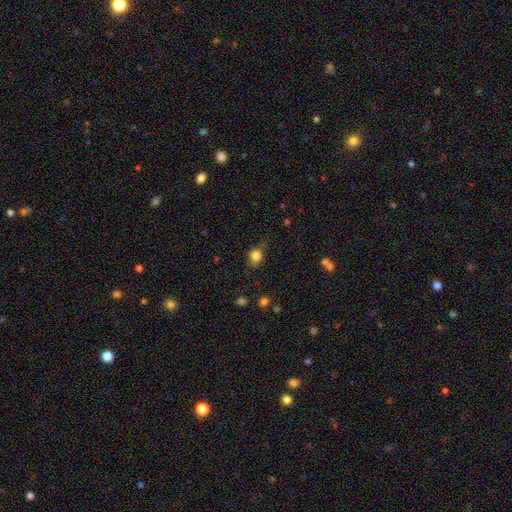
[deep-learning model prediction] smooth_or_featured: smooth (p=0.81) [alt: star or artifact p=0.11]
how_rounded: round (p=0.64) [alt: in between p=0.34]
merging: none (p=0.67) [alt: minor disturbance p=0.24]